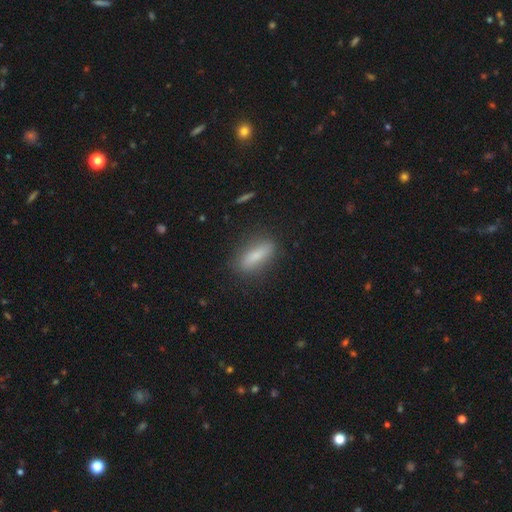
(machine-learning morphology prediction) type=smooth (73%); roundness=cigar-shaped (53%); merging=none (84%).